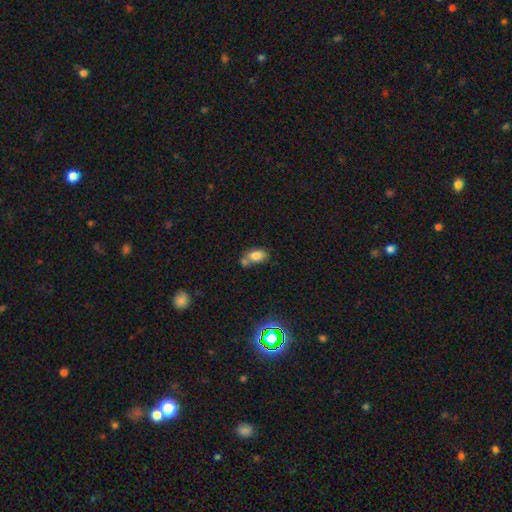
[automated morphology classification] A smooth galaxy with no disk features (78%) that is in between round and cigar-shaped (87%).

Vote fractions:
- Smooth or featured? smooth: 78% / featured or disk: 11% / star or artifact: 11%
- How rounded? in between: 87% / round: 11% / cigar-shaped: 2%
- Merging? none: 44% / merger: 34% / minor disturbance: 16% / major disturbance: 5%